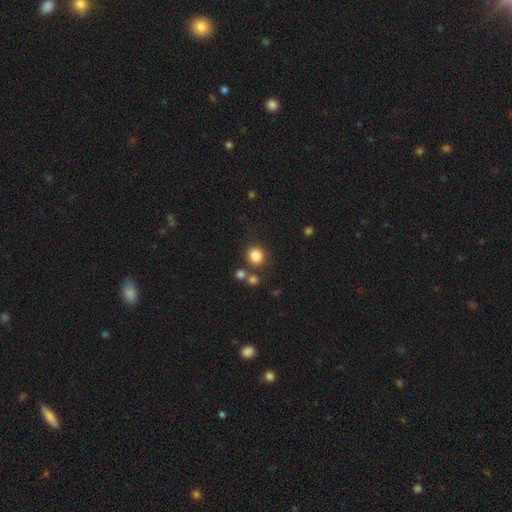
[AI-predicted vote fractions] This appears to be a smooth galaxy with no disk features (83%) that is round (89%). Merging: none (77%).